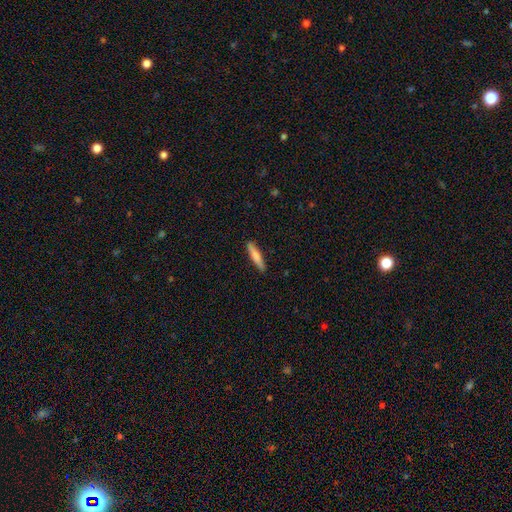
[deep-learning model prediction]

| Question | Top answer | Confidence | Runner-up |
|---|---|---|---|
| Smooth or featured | smooth | 75% | featured or disk (19%) |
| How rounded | cigar-shaped | 88% | in between (11%) |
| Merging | none | 89% | minor disturbance (8%) |